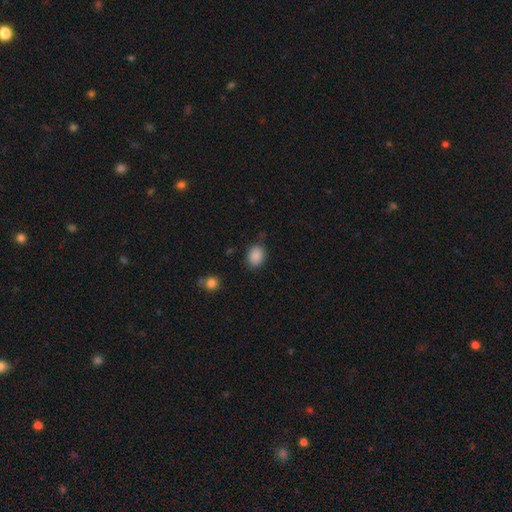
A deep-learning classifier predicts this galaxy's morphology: Overall: smooth (88%). How rounded: in between (59%; round 40%). Merging: none (77%).